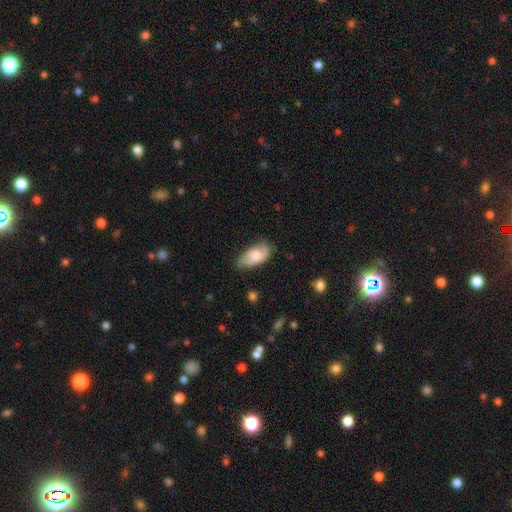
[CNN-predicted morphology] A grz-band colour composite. It shows a smooth galaxy with no disk features (66%) that is in between round and cigar-shaped (93%). Merging: none (61%).